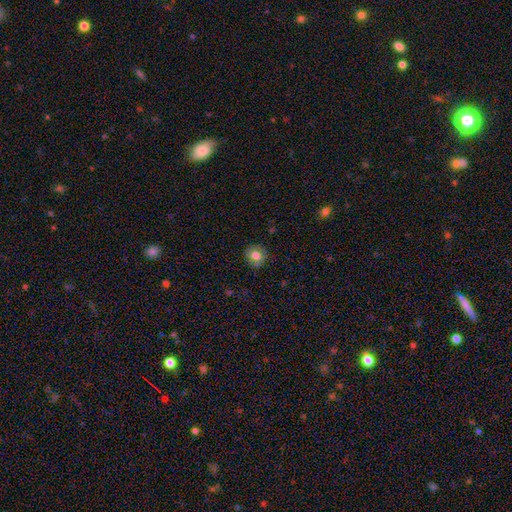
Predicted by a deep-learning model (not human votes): Smooth or featured: smooth — 75% (featured or disk — 15%)
How rounded: round — 80% (in between — 19%)
Merging: none — 83% (minor disturbance — 13%)